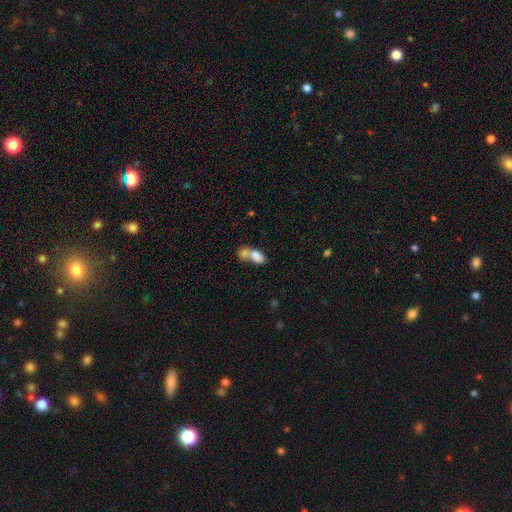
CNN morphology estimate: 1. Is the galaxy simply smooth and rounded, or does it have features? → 78% smooth, 13% featured or disk, 8% star or artifact.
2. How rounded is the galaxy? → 85% in between, 10% round, 4% cigar-shaped.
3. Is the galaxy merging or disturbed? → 69% merger, 20% none, 7% minor disturbance, 5% major disturbance.